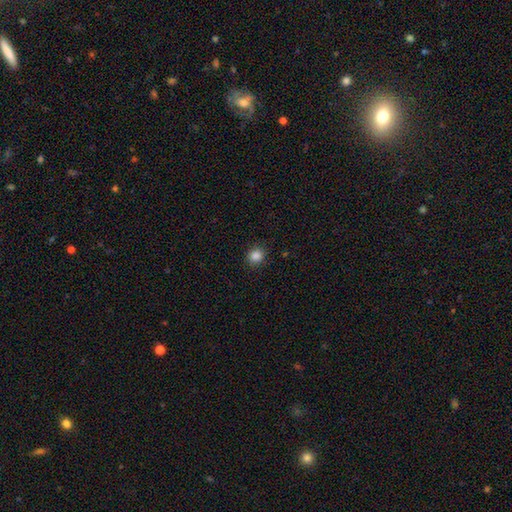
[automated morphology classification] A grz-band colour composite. It shows a smooth galaxy with no disk features (85%) that is round (86%). Merging: none (89%).